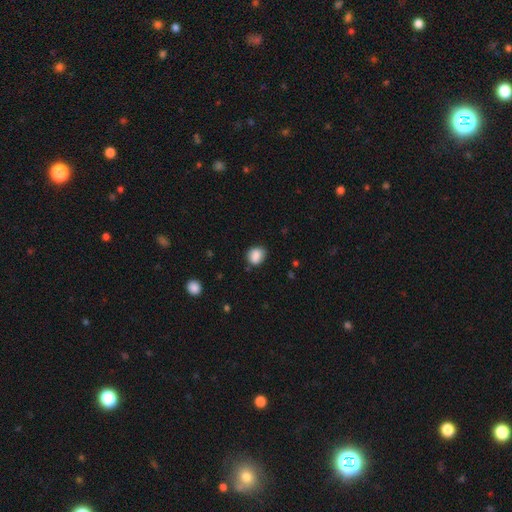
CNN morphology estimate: Smooth or featured? Predicted: smooth (p=0.86). How rounded? Predicted: round (p=0.61). Merging? Predicted: none (p=0.75).